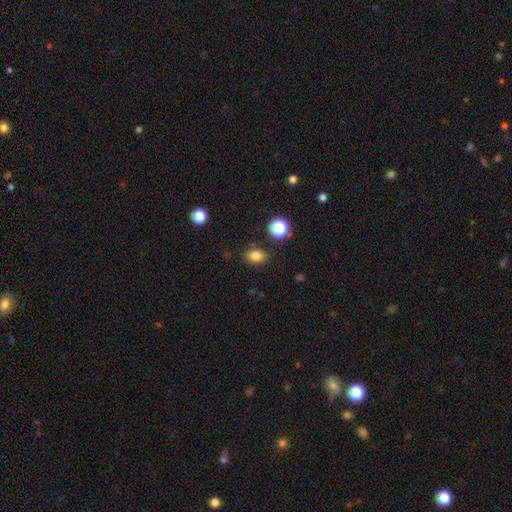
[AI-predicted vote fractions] Smooth or featured?
  - smooth: 81% *
  - star or artifact: 13%
  - featured or disk: 6%
How rounded?
  - in between: 65% *
  - round: 34%
  - cigar-shaped: 1%
Merging?
  - none: 83% *
  - minor disturbance: 11%
  - merger: 4%
  - major disturbance: 3%